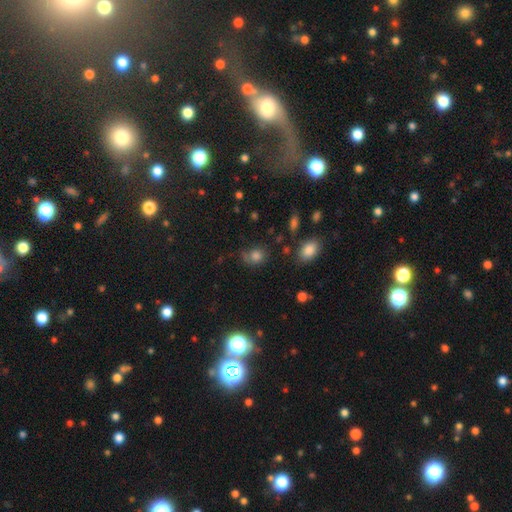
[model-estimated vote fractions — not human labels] smooth-or-featured: smooth: 78% | star or artifact: 13% | featured or disk: 9%
  how-rounded: round: 64% | in between: 35% | cigar-shaped: 1%
  merging: none: 56% | minor disturbance: 25% | major disturbance: 13% | merger: 6%